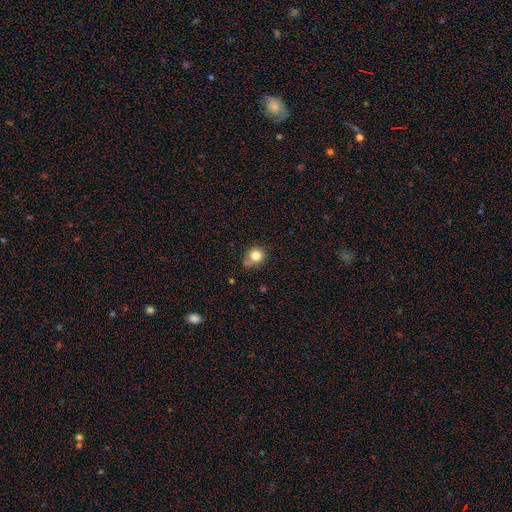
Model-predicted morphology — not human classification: smooth 81%, star or artifact 10%, featured or disk 8%. Down the decision tree: how rounded — round (81%); merging — none (56%).